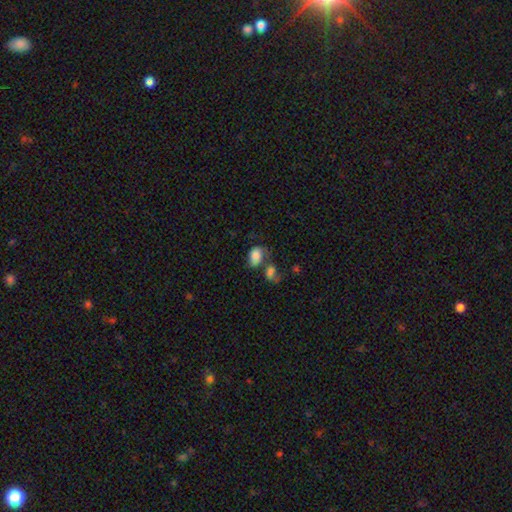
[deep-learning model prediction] The model was most divided on "merging": merger: 41%, none: 29%, minor disturbance: 17%, major disturbance: 13%. More confident: smooth or featured — smooth (77%); how rounded — in between (75%).